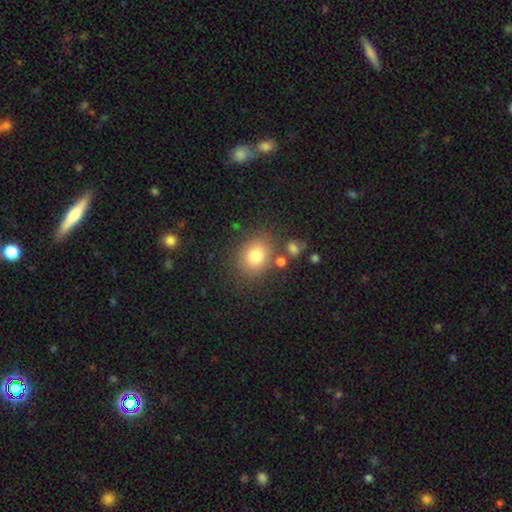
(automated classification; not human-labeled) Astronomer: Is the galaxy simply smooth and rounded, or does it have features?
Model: smooth — 78%.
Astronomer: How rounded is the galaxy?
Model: round — 64%.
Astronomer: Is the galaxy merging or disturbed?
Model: none — 77%.